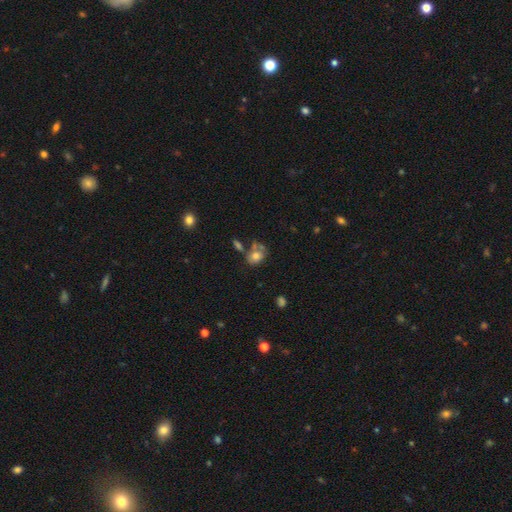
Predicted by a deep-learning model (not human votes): Smooth or featured? smooth (72%)
How rounded? in between (64%)
Merging? none (42%)